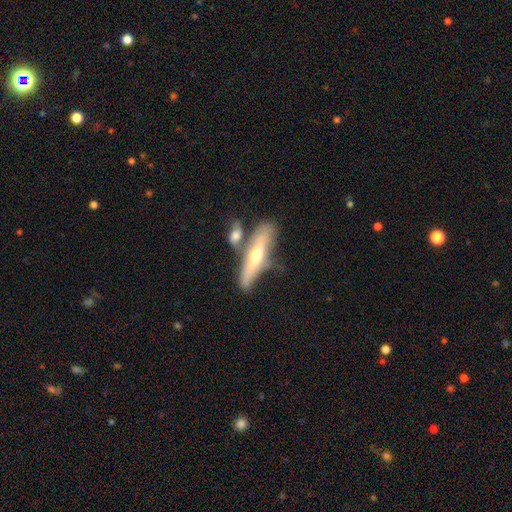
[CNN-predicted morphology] Q: Smooth or featured?
A: featured or disk (58%); runner-up: smooth (36%)
Q: Edge-on disk?
A: yes (74%); runner-up: no (26%)
Q: Merging?
A: none (51%); runner-up: merger (25%)